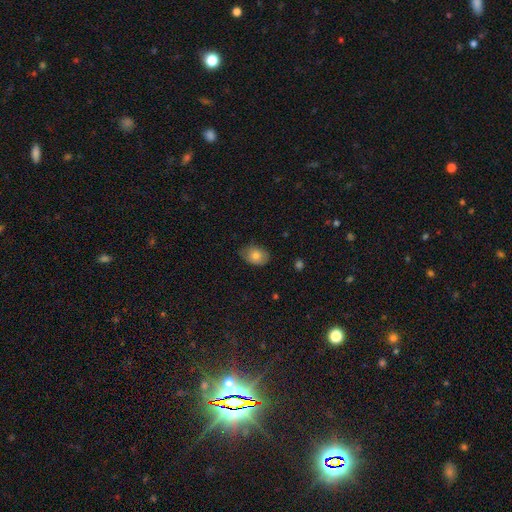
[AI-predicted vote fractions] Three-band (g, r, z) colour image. It shows a smooth galaxy with no disk features (78%) that is in between round and cigar-shaped (77%). Merging: none (67%).